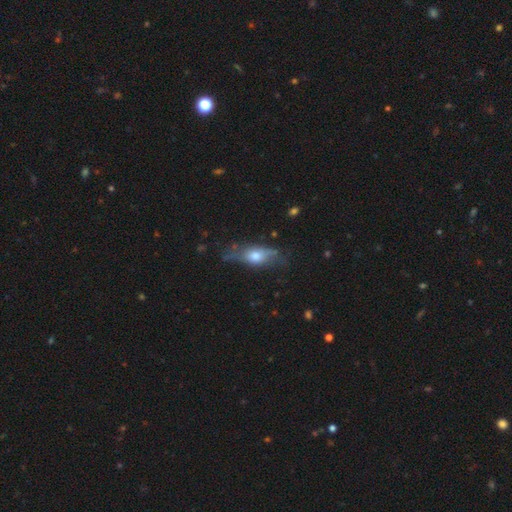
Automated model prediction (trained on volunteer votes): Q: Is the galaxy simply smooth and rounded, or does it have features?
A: smooth — 46%.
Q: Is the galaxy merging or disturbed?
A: none — 61%.